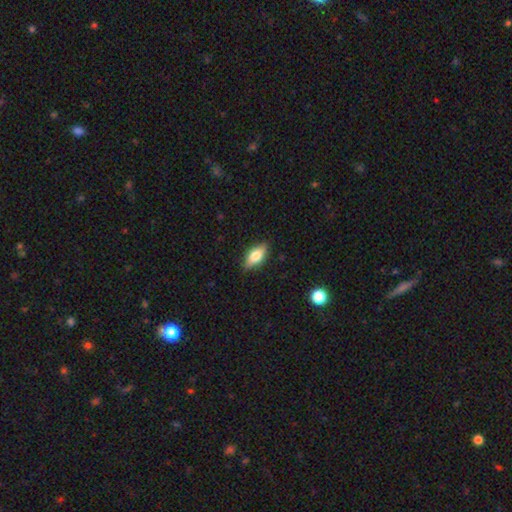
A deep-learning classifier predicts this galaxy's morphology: Smooth or featured? smooth (72%)
How rounded? in between (83%)
Merging? none (85%)